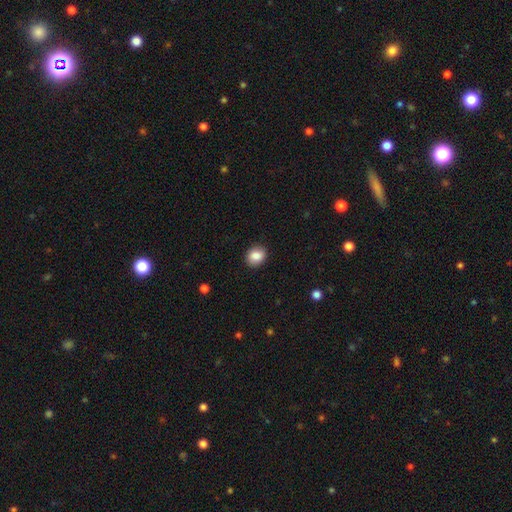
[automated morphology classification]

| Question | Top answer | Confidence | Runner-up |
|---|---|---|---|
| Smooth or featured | smooth | 87% | star or artifact (8%) |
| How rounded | round | 55% | in between (45%) |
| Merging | none | 89% | minor disturbance (8%) |